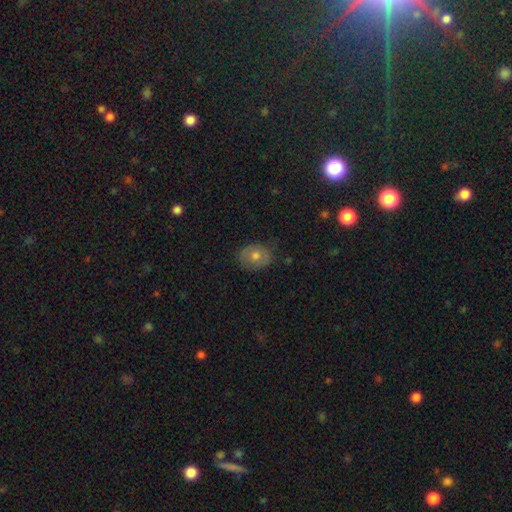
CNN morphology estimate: A smooth galaxy with no disk features (63%) that is in between round and cigar-shaped (53%).

Vote fractions:
- Smooth or featured? smooth: 63% / featured or disk: 25% / star or artifact: 11%
- How rounded? in between: 53% / round: 46% / cigar-shaped: 1%
- Merging? none: 79% / minor disturbance: 16% / major disturbance: 3% / merger: 1%